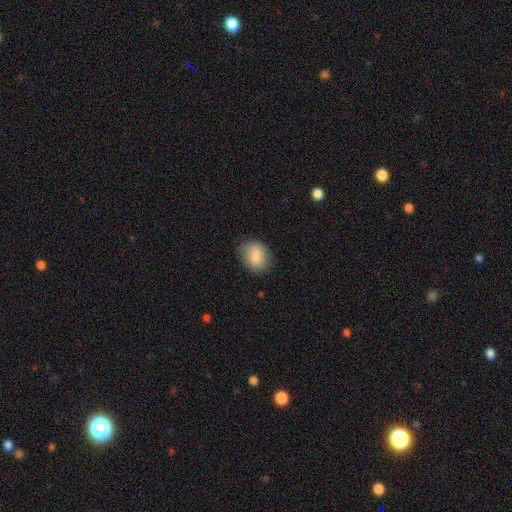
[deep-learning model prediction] Smooth or featured?
  - smooth: 83% *
  - featured or disk: 10%
  - star or artifact: 7%
How rounded?
  - in between: 67% *
  - round: 32%
  - cigar-shaped: 1%
Merging?
  - none: 79% *
  - minor disturbance: 16%
  - major disturbance: 4%
  - merger: 1%